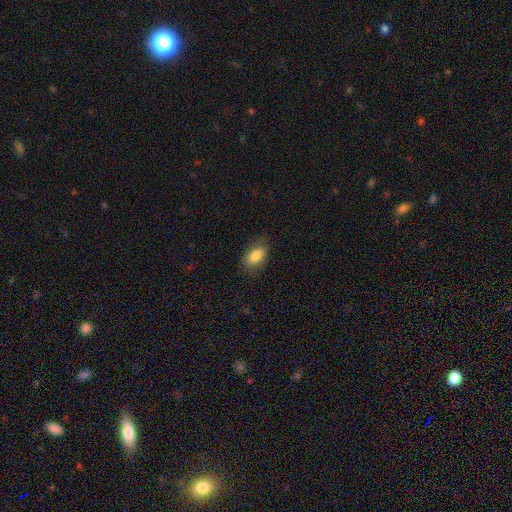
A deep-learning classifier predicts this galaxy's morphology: This is clearly a smooth galaxy (83%). How rounded: clearly in between (89%). Merging: clearly none (81%).